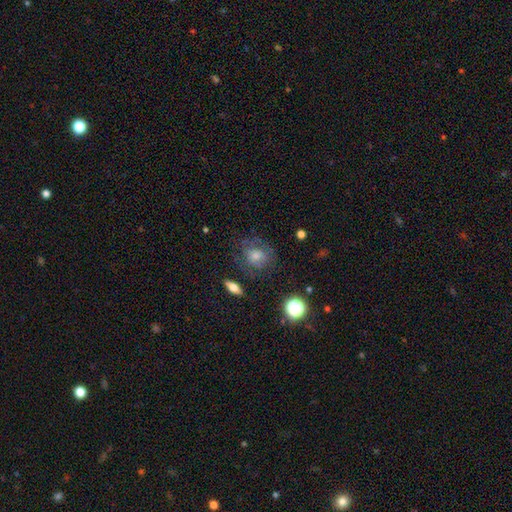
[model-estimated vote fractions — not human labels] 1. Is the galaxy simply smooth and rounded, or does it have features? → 44% smooth, 37% featured or disk, 19% star or artifact.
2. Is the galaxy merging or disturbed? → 70% none, 18% minor disturbance, 10% major disturbance, 2% merger.